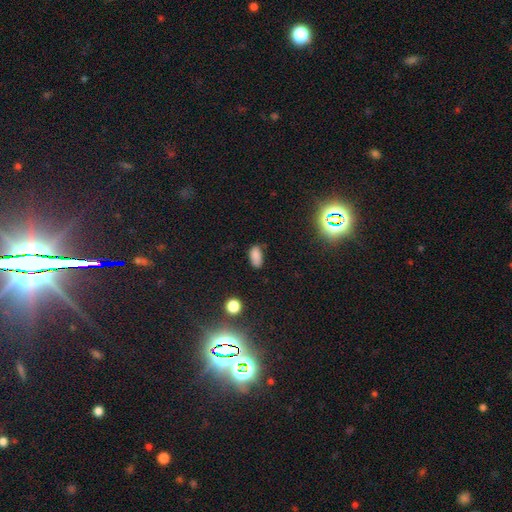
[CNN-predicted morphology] Overall: smooth (82%). How rounded: in between (92%). Merging: none (74%).